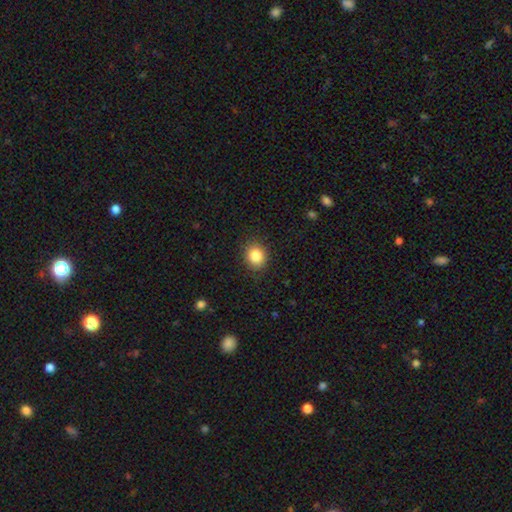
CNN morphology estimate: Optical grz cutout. It shows a smooth galaxy with no disk features (84%) that is round (71%). Merging: none (88%).